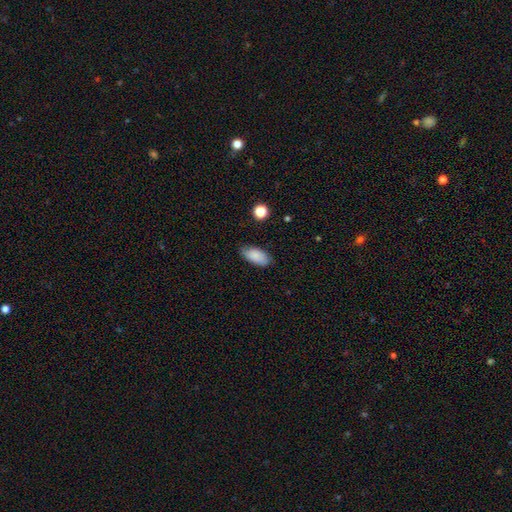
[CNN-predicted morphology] Overall: smooth (87%). How rounded: in between (92%). Merging: none (78%).